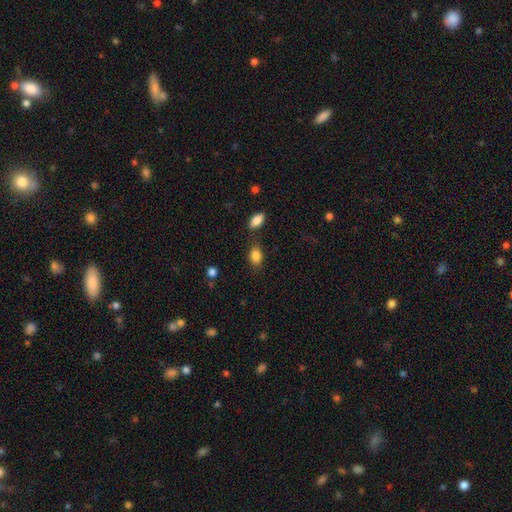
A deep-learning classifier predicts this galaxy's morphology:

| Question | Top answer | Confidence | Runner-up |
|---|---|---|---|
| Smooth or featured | smooth | 85% | star or artifact (9%) |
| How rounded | in between | 79% | round (19%) |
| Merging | none | 74% | minor disturbance (15%) |